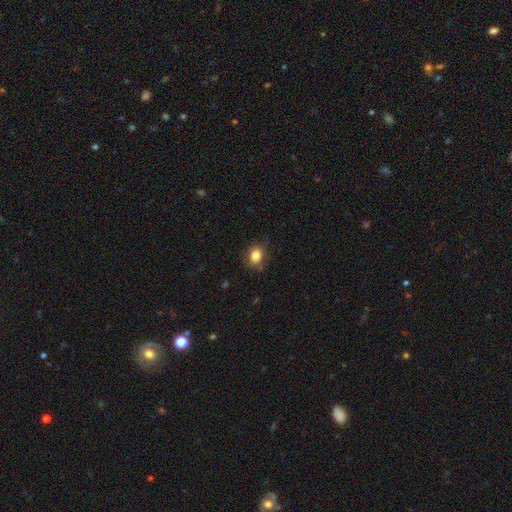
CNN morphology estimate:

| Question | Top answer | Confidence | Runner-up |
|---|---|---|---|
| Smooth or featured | smooth | 83% | star or artifact (11%) |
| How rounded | round | 57% | in between (42%) |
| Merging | none | 79% | minor disturbance (16%) |